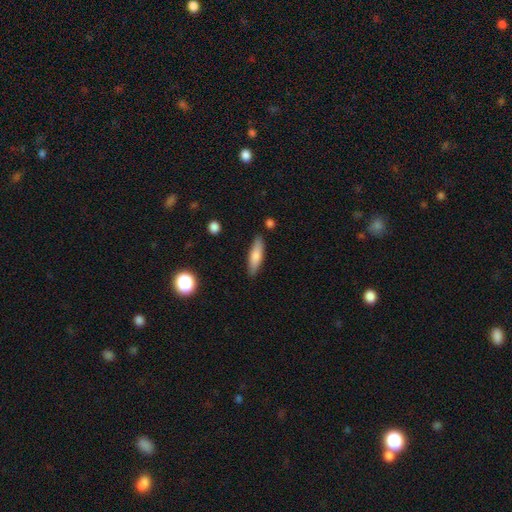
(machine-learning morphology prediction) Q: Smooth or featured?
A: smooth (74%); runner-up: featured or disk (20%)
Q: How rounded?
A: cigar-shaped (64%); runner-up: in between (34%)
Q: Merging?
A: none (84%); runner-up: minor disturbance (11%)